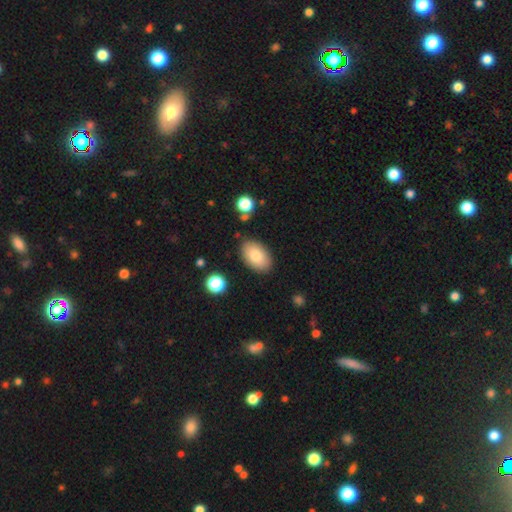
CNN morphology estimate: A smooth galaxy with no disk features (81%) that is in between round and cigar-shaped (92%).

Vote fractions:
- Smooth or featured? smooth: 81% / featured or disk: 12% / star or artifact: 7%
- How rounded? in between: 92% / round: 7% / cigar-shaped: 1%
- Merging? none: 85% / minor disturbance: 10% / major disturbance: 3% / merger: 2%